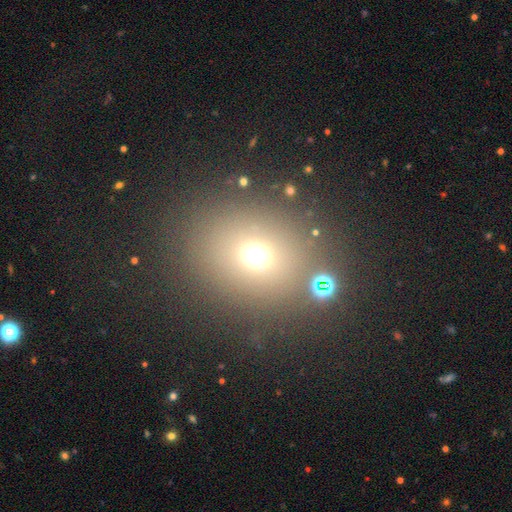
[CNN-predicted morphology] Smooth or featured? smooth (66%)
How rounded? round (70%)
Merging? none (78%)